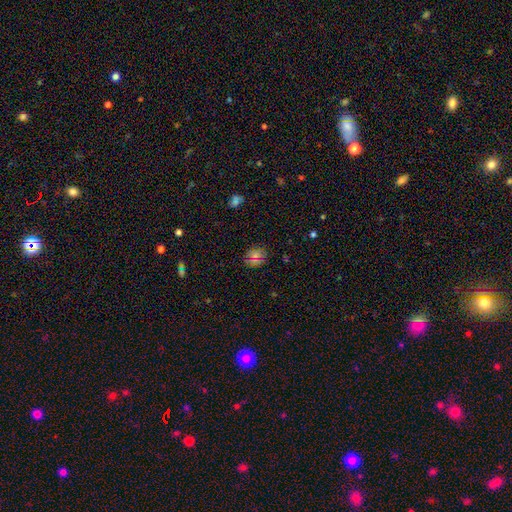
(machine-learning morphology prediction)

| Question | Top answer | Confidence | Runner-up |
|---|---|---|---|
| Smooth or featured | smooth | 53% | star or artifact (31%) |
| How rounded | round | 71% | in between (27%) |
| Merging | none | 79% | minor disturbance (13%) |